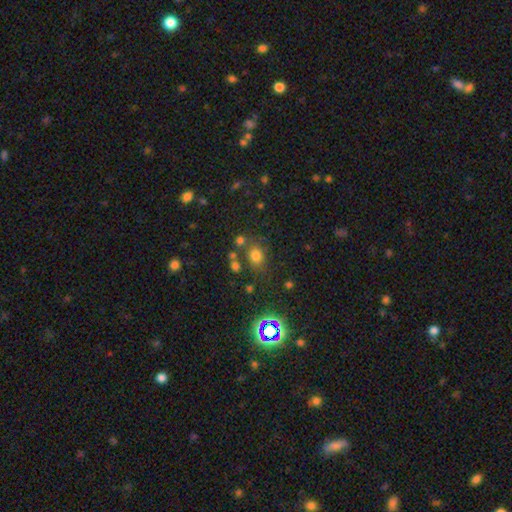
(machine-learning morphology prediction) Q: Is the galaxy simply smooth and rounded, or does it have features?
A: smooth — 71%.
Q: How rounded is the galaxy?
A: round — 59%.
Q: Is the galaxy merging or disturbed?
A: none — 68%.